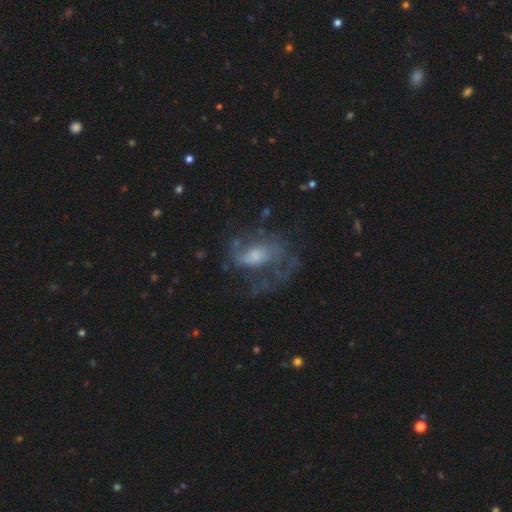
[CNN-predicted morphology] This appears to be a featured or disk galaxy (64%) with no bar (63%), spiral arms (65%) and a moderate central bulge (41%). Merging: major disturbance (40%).